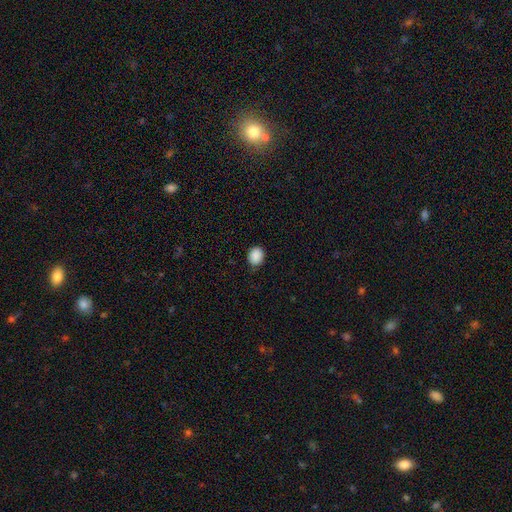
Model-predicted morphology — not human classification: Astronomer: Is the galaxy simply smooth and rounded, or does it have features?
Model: smooth — 89%.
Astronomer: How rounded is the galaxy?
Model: round — 61% (runner-up: in between, 39%).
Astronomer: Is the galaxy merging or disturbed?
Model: none — 85%.